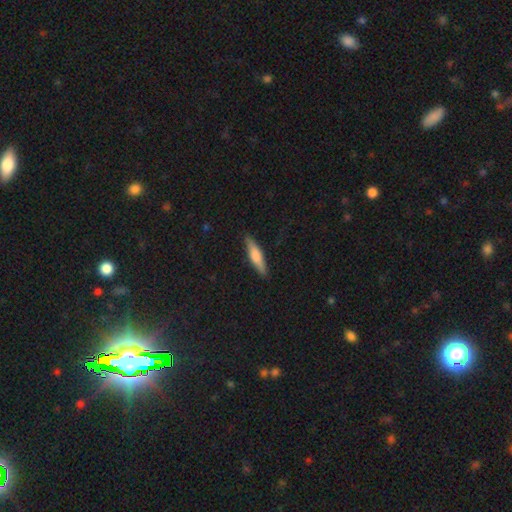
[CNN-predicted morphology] smooth_or_featured: smooth (p=0.61) [alt: featured or disk p=0.33]
how_rounded: cigar-shaped (p=0.77) [alt: in between p=0.21]
merging: none (p=0.88) [alt: minor disturbance p=0.09]